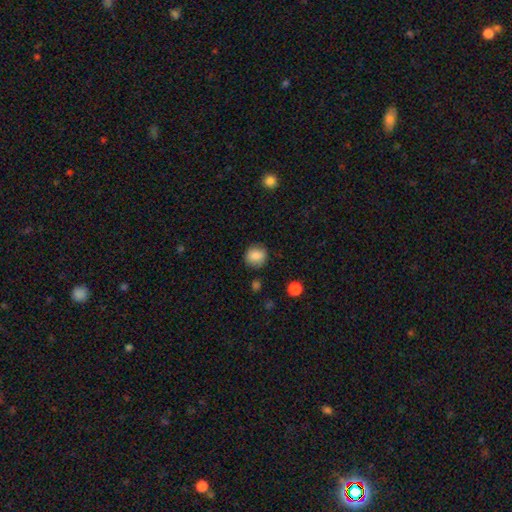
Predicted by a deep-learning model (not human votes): Overall: smooth (85%). How rounded: round (87%). Merging: none (85%).